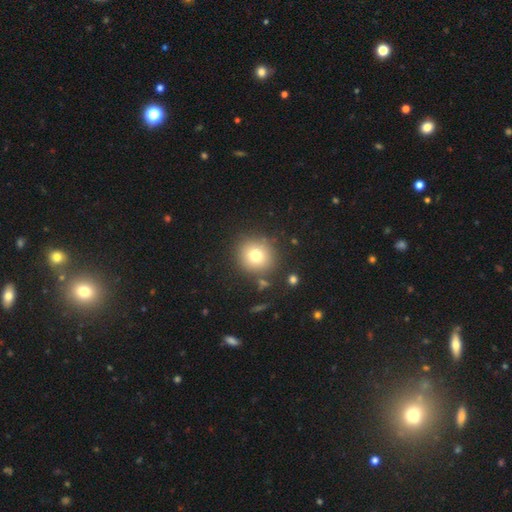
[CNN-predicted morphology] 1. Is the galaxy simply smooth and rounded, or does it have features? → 75% smooth, 14% star or artifact, 11% featured or disk.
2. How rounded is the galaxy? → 91% round, 8% in between, 1% cigar-shaped.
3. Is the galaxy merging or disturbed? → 86% none, 7% minor disturbance, 3% merger, 3% major disturbance.